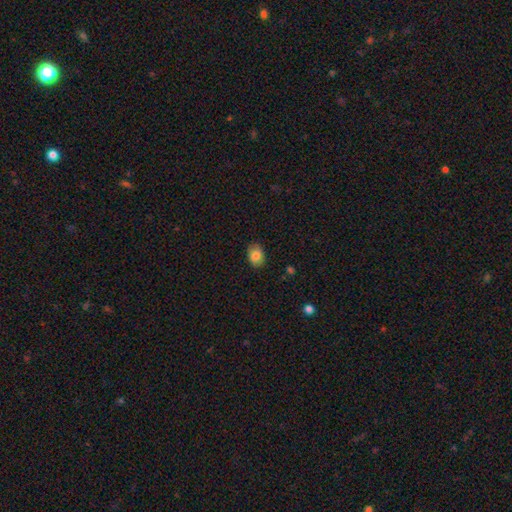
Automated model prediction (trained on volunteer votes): A smooth galaxy with no disk features (84%) that is in between round and cigar-shaped (66%). Merging: none (84%).